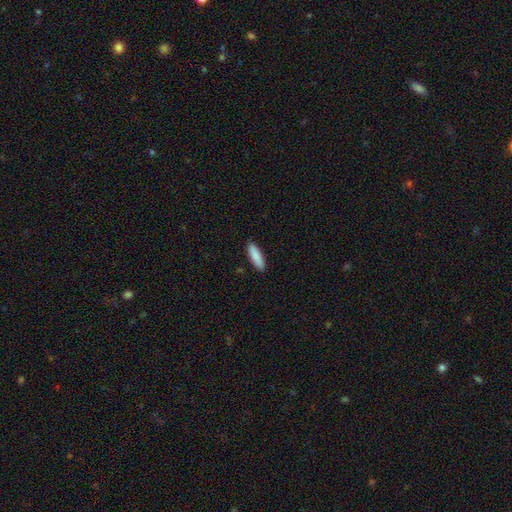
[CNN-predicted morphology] Overall: smooth (89%). How rounded: cigar-shaped (53%; in between 46%). Merging: none (90%).